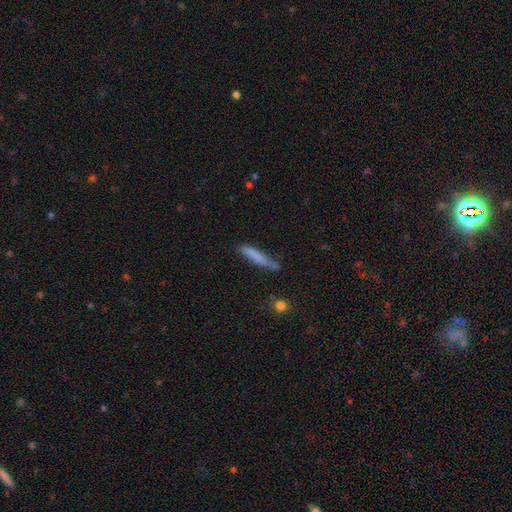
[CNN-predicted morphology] Smooth or featured: smooth — 74% (featured or disk — 19%)
How rounded: cigar-shaped — 91% (in between — 8%)
Merging: none — 62% (minor disturbance — 26%)